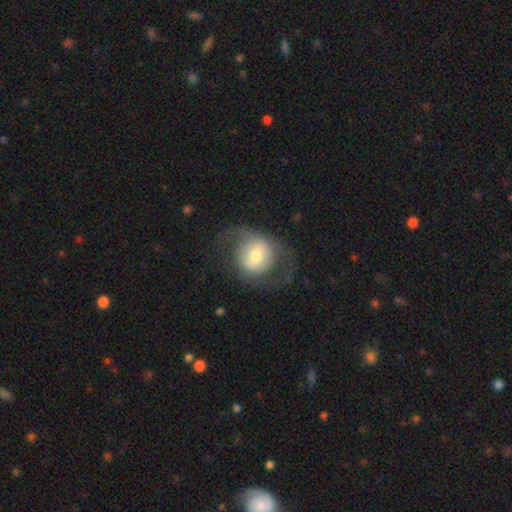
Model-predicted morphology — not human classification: smooth_or_featured: featured or disk (p=0.51) [alt: smooth p=0.42]
disk_edge_on: no (p=0.95) [alt: yes p=0.05]
merging: none (p=0.60) [alt: major disturbance p=0.22]